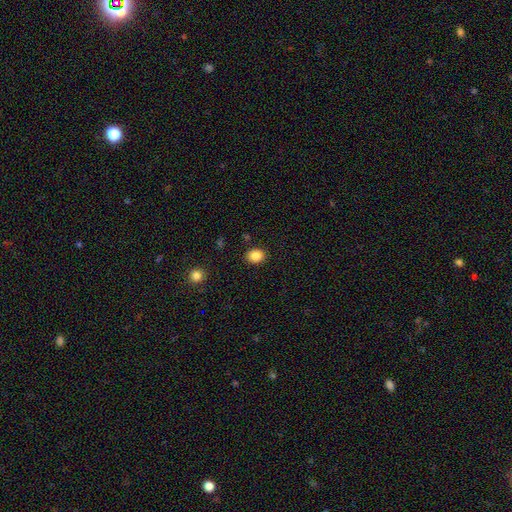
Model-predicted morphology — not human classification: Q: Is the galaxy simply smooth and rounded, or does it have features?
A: smooth — 86%.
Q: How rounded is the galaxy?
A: round — 56%.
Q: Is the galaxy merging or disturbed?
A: none — 88%.